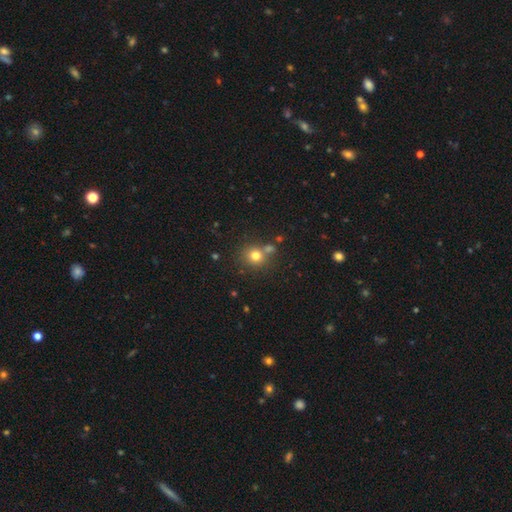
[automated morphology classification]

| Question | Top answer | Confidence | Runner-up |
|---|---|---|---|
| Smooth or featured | smooth | 76% | star or artifact (15%) |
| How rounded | round | 87% | in between (12%) |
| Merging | none | 67% | merger (21%) |